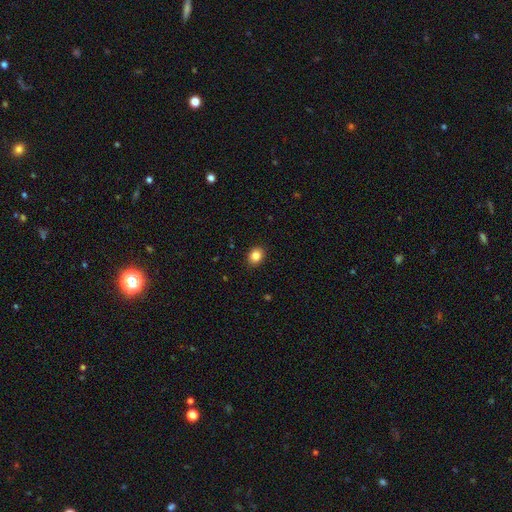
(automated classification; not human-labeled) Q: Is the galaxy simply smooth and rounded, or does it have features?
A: smooth — 85%.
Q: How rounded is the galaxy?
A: round — 56%.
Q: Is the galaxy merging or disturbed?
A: none — 90%.